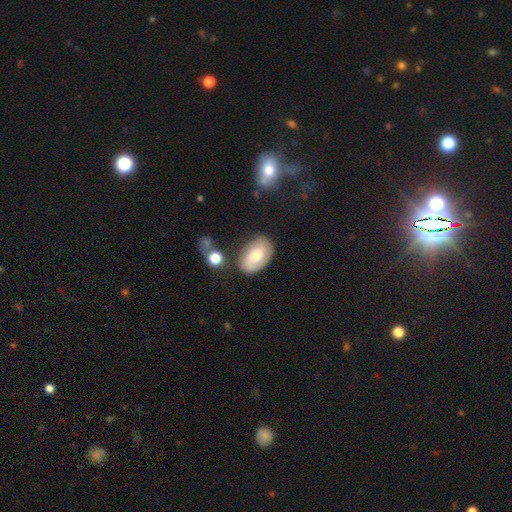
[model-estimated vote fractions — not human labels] Q: Smooth or featured?
A: smooth (51%); runner-up: featured or disk (42%)
Q: How rounded?
A: in between (88%); runner-up: round (11%)
Q: Merging?
A: none (70%); runner-up: minor disturbance (18%)